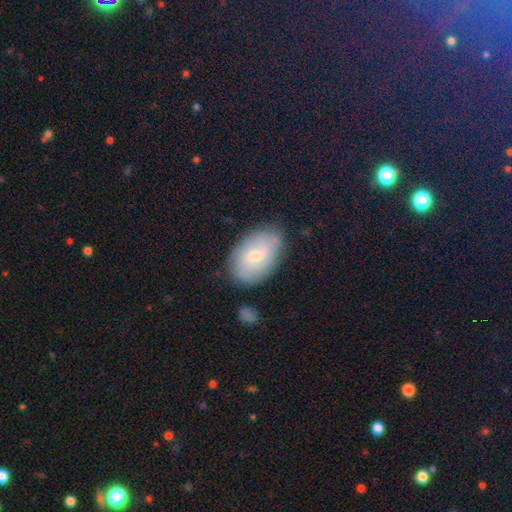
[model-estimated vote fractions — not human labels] smooth_or_featured: smooth (p=0.49) [alt: featured or disk p=0.44]
merging: none (p=0.77) [alt: minor disturbance p=0.16]